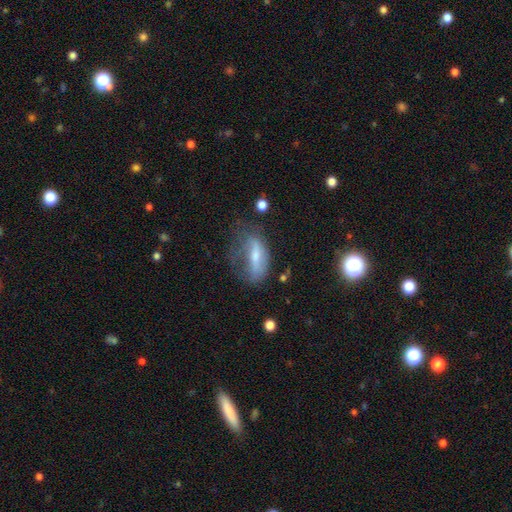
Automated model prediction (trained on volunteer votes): Smooth or featured? Predicted: smooth (p=0.47). Merging? Predicted: none (p=0.39).